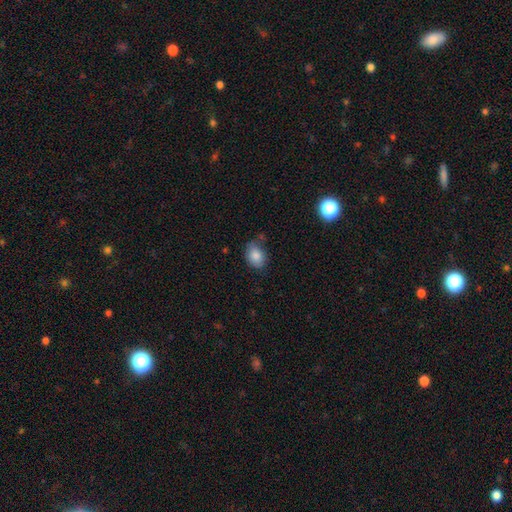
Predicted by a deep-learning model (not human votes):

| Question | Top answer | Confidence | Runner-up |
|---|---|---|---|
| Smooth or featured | smooth | 85% | star or artifact (8%) |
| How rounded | in between | 74% | round (25%) |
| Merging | none | 68% | minor disturbance (23%) |